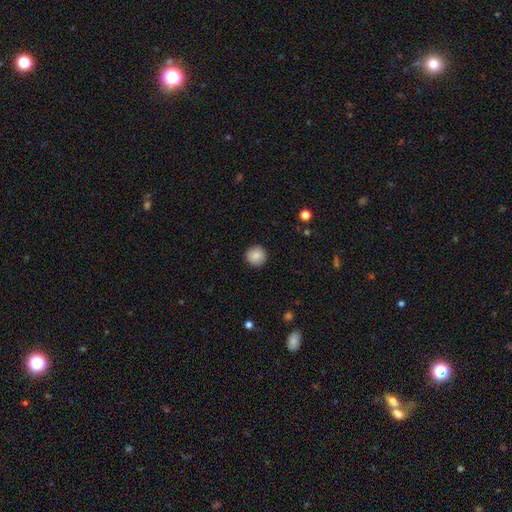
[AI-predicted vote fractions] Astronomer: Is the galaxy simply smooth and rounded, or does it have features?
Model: smooth — 86%.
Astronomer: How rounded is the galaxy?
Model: round — 96%.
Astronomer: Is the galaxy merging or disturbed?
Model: none — 92%.